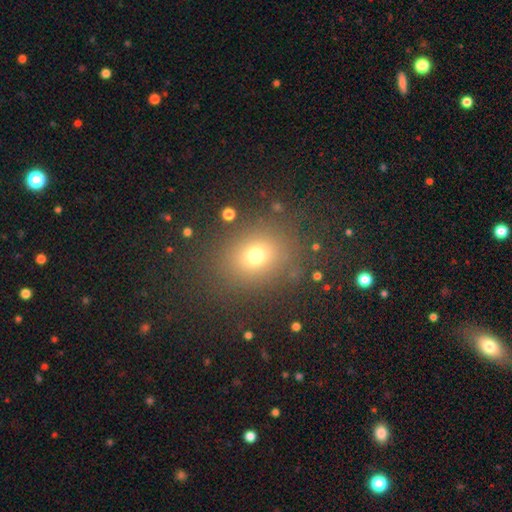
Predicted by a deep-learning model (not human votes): smooth 70%, star or artifact 19%, featured or disk 11%. Down the decision tree: how rounded — round (58%); merging — none (82%).